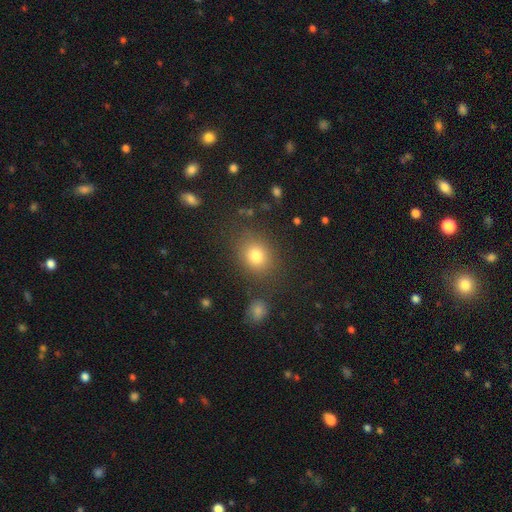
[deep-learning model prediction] Morphology: type=smooth (79%); roundness=round (60%); merging=none (81%).